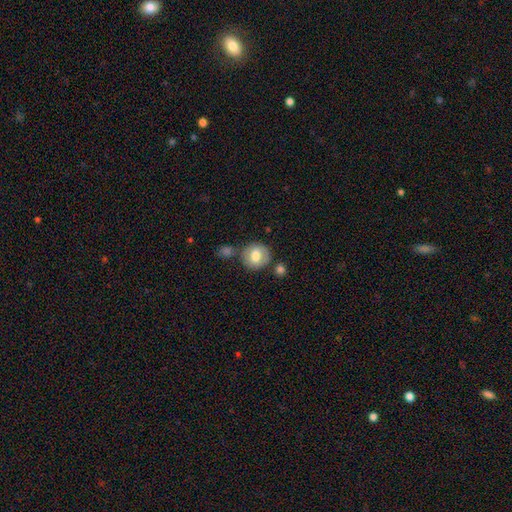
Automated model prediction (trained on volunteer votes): Smooth or featured? Predicted: smooth (p=0.72). How rounded? Predicted: round (p=0.80). Merging? Predicted: none (p=0.69).